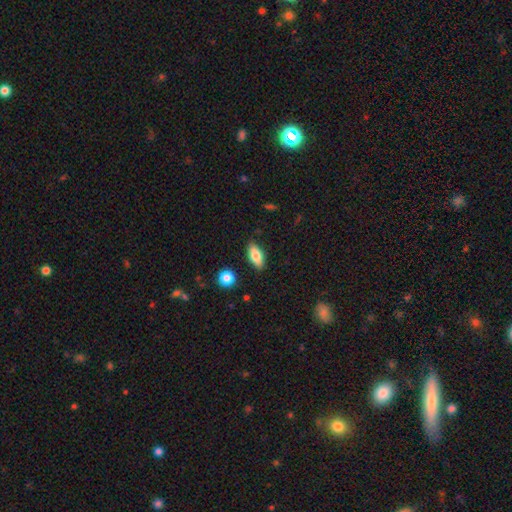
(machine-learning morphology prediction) type=smooth (79%); roundness=in between (84%); merging=none (86%).